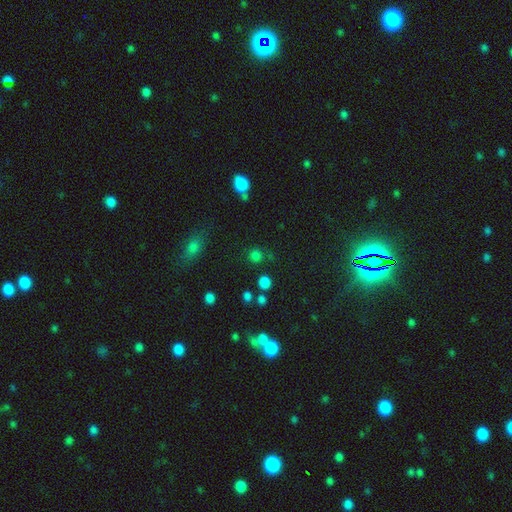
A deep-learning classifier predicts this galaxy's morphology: The model was most divided on "smooth or featured": smooth: 76%, star or artifact: 20%, featured or disk: 5%. More confident: how rounded — round (89%); merging — none (79%).